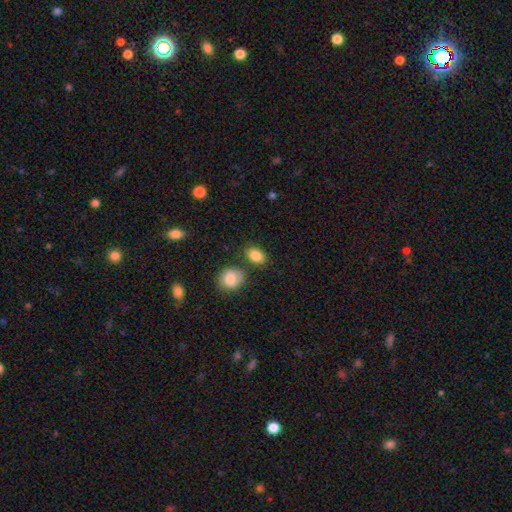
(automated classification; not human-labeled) Smooth or featured?
  - smooth: 86% *
  - star or artifact: 8%
  - featured or disk: 5%
How rounded?
  - in between: 75% *
  - round: 23%
  - cigar-shaped: 1%
Merging?
  - none: 74% *
  - minor disturbance: 14%
  - merger: 9%
  - major disturbance: 3%